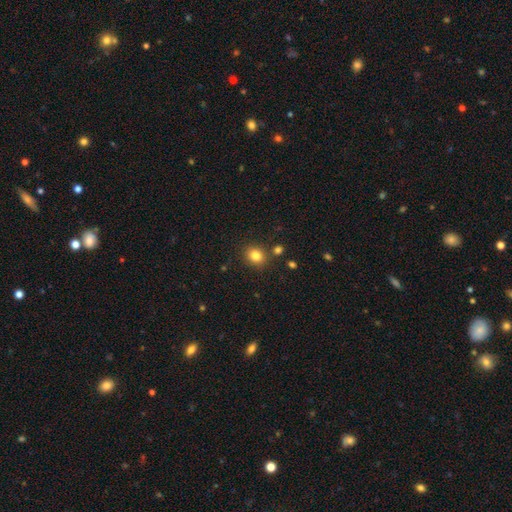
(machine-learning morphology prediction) This appears to be a smooth galaxy with no disk features (82%) that is round (67%). Merging: none (83%).